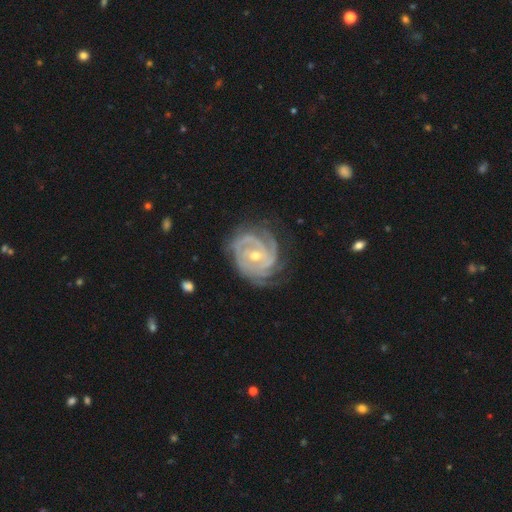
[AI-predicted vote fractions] smooth_or_featured: featured or disk (p=0.92) [alt: star or artifact p=0.04]
disk_edge_on: no (p=0.98) [alt: yes p=0.02]
bar: no (p=0.53) [alt: weak p=0.33]
has_spiral_arms: yes (p=0.98) [alt: no p=0.02]
spiral_winding: tight (p=0.80) [alt: medium p=0.18]
spiral_arm_count: 3 (p=0.39) [alt: 4 p=0.21]
bulge_size: moderate (p=0.50) [alt: small p=0.47]
merging: none (p=0.74) [alt: minor disturbance p=0.18]